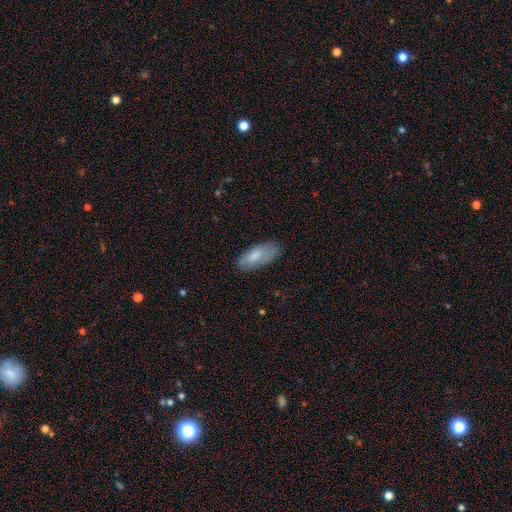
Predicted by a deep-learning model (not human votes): Overall: smooth (78%). How rounded: in between (84%). Merging: none (72%).